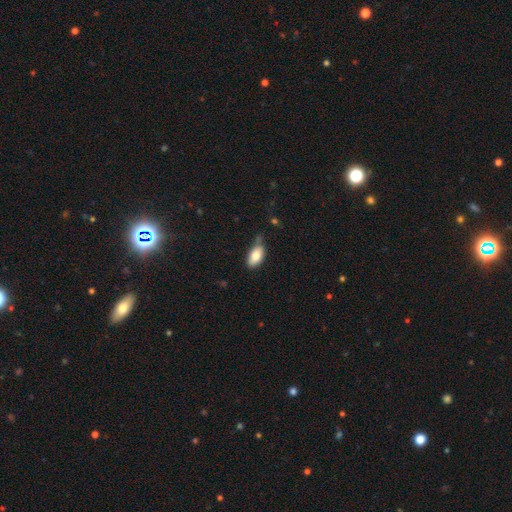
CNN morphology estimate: Q: Smooth or featured?
A: smooth (79%); runner-up: featured or disk (14%)
Q: How rounded?
A: in between (91%); runner-up: cigar-shaped (6%)
Q: Merging?
A: none (55%); runner-up: minor disturbance (34%)